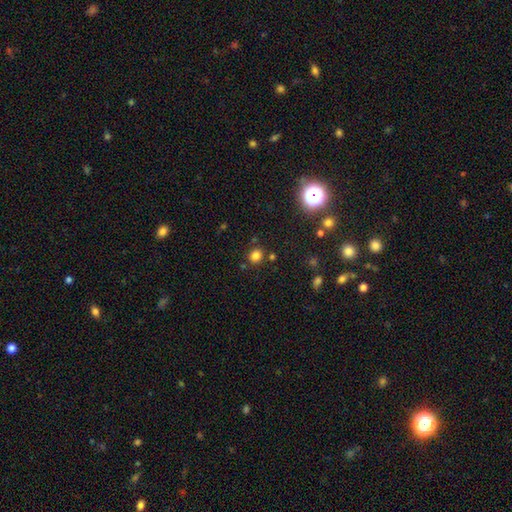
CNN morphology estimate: Smooth or featured?
  - smooth: 79% *
  - star or artifact: 15%
  - featured or disk: 5%
How rounded?
  - round: 78% *
  - in between: 21%
  - cigar-shaped: 1%
Merging?
  - none: 82% *
  - minor disturbance: 9%
  - merger: 6%
  - major disturbance: 3%